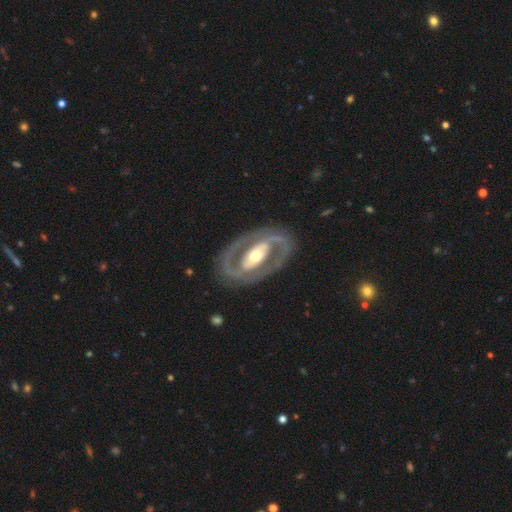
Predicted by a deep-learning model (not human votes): Q: Smooth or featured?
A: featured or disk (82%); runner-up: smooth (14%)
Q: Edge-on disk?
A: no (94%); runner-up: yes (6%)
Q: Bar?
A: strong (41%); runner-up: no (35%)
Q: Spiral arms?
A: yes (65%); runner-up: no (35%)
Q: Bulge size?
A: moderate (67%); runner-up: small (17%)
Q: Merging?
A: none (82%); runner-up: minor disturbance (11%)